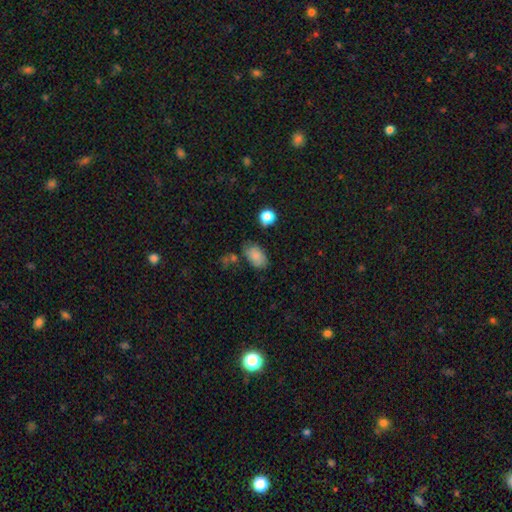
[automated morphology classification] This appears to be a smooth galaxy with no disk features (83%) that is in between round and cigar-shaped (90%). Merging: none (66%).